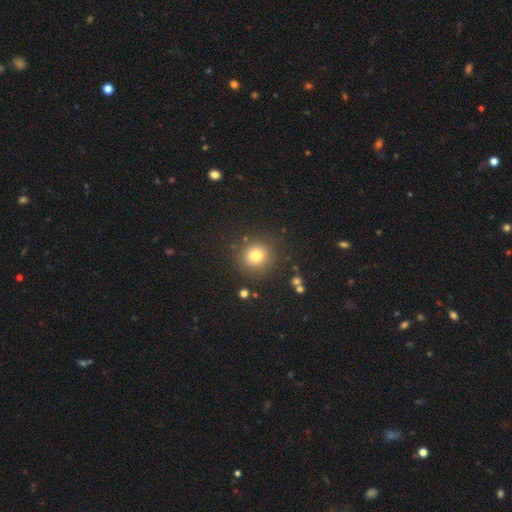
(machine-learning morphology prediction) This is likely a smooth galaxy (77%). How rounded: clearly round (90%). Merging: clearly none (86%).